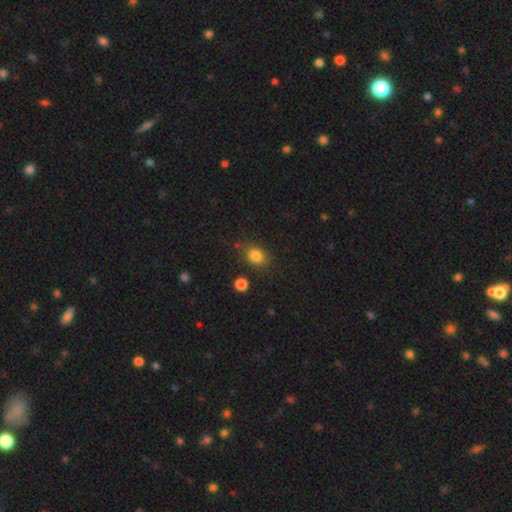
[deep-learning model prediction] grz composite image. It shows a smooth galaxy with no disk features (83%) that is in between round and cigar-shaped (55%). Merging: none (79%).